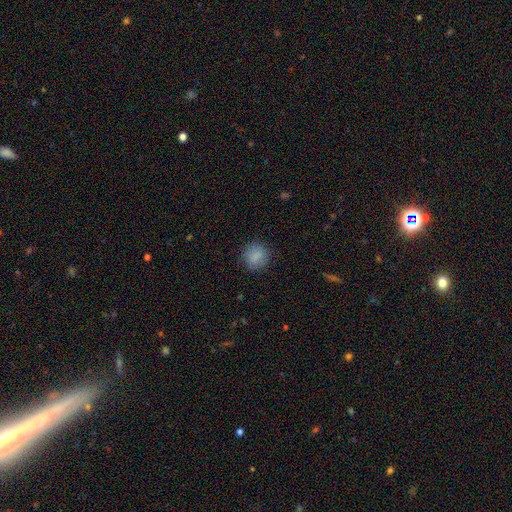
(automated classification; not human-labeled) Overall: smooth (86%). How rounded: round (84%). Merging: none (86%).